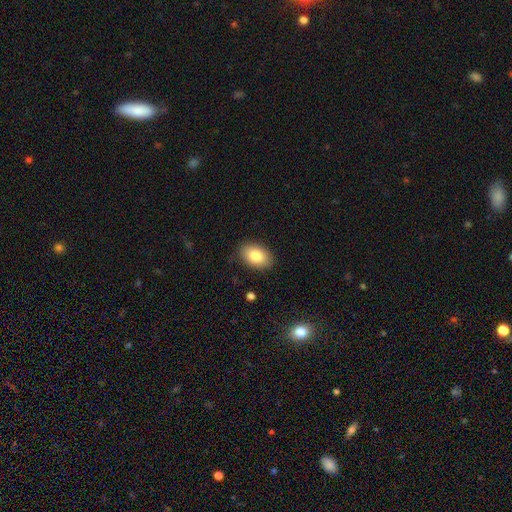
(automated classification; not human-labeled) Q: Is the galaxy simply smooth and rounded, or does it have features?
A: smooth — 85%.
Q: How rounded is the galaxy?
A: in between — 90%.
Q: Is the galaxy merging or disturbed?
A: none — 85%.